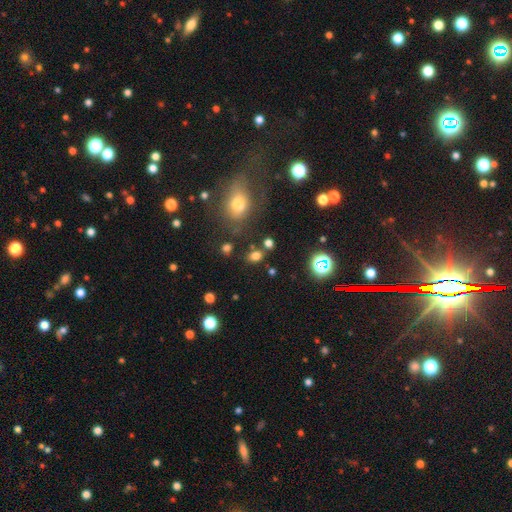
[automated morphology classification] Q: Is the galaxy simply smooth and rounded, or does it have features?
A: smooth — 72%.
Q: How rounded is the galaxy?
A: in between — 64%.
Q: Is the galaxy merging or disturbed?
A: none — 75%.